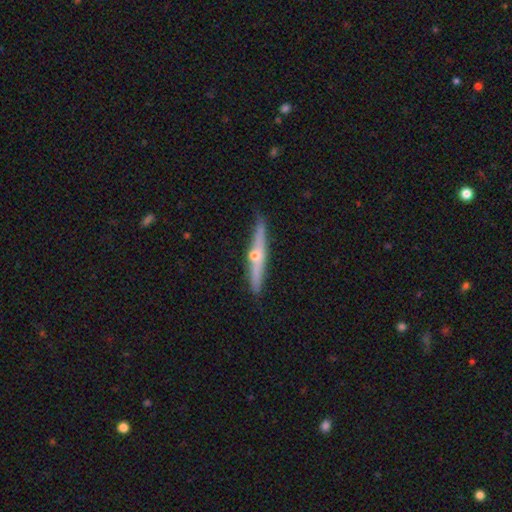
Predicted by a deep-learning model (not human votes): Smooth or featured: featured or disk — 64% (smooth — 30%)
Edge-on disk: yes — 95% (no — 5%)
Edge-on bulge: rounded — 85% (none — 13%)
Merging: none — 83% (minor disturbance — 12%)